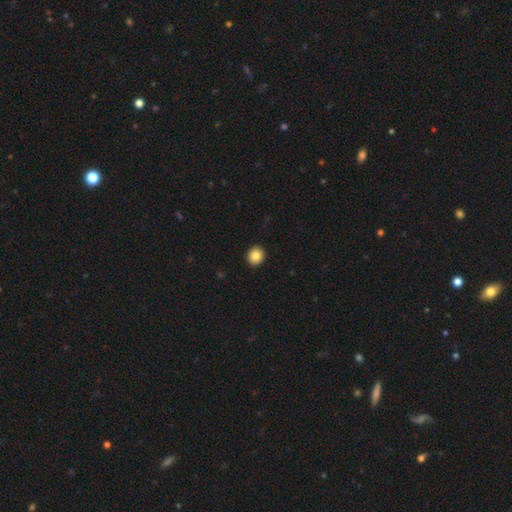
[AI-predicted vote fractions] This appears to be a smooth galaxy with no disk features (84%) that is round (87%). Merging: none (93%).